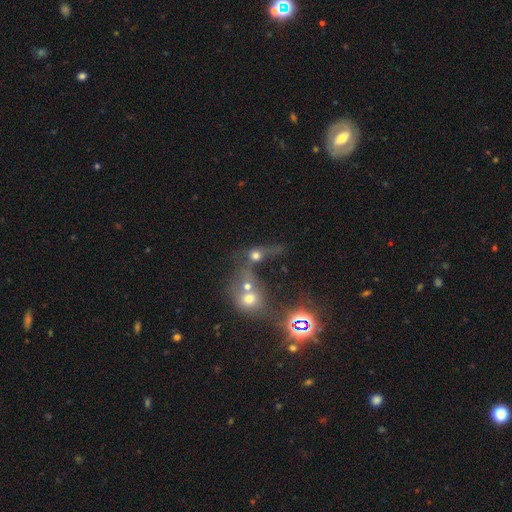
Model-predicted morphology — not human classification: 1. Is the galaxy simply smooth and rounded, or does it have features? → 57% smooth, 21% star or artifact, 21% featured or disk.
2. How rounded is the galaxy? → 56% round, 37% in between, 7% cigar-shaped.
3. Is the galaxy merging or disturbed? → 51% merger, 25% none, 14% major disturbance, 10% minor disturbance.